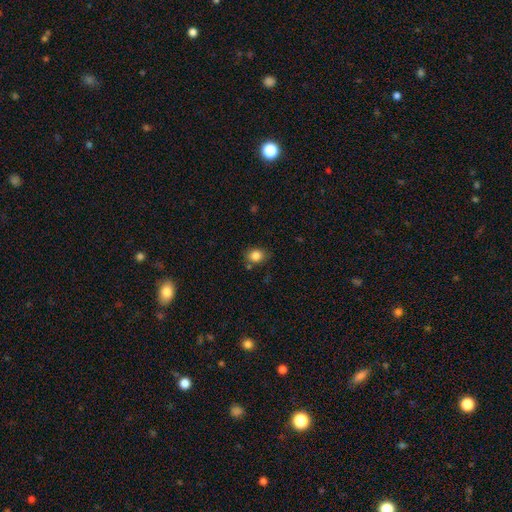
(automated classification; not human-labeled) Overall: smooth (84%). How rounded: round (60%; in between 39%). Merging: none (75%).